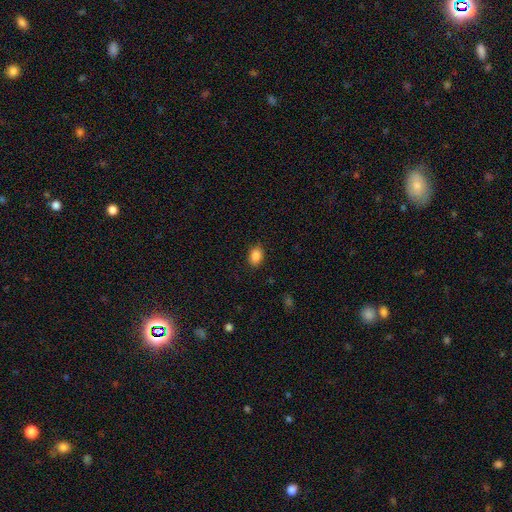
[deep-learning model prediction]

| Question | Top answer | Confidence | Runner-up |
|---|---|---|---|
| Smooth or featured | smooth | 88% | star or artifact (9%) |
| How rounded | in between | 79% | round (19%) |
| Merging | none | 87% | minor disturbance (9%) |